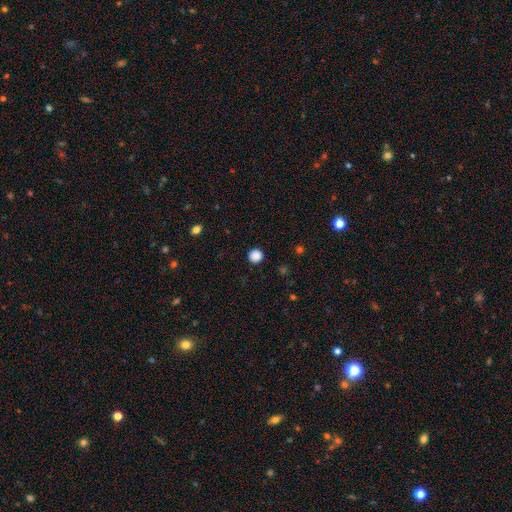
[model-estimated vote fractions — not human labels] Morphology: type=smooth (87%); roundness=round (95%); merging=none (93%).